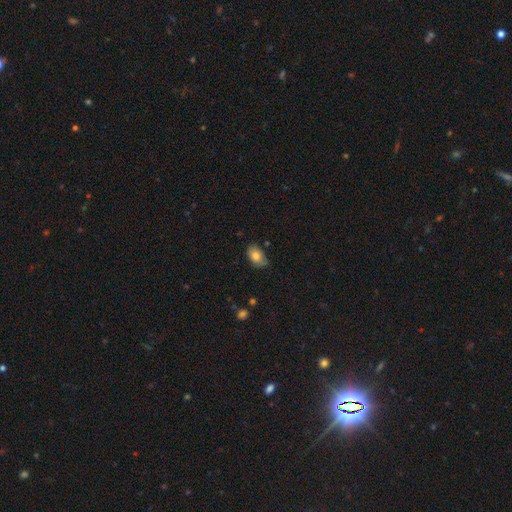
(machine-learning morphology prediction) Q: Smooth or featured?
A: smooth (81%); runner-up: featured or disk (11%)
Q: How rounded?
A: in between (90%); runner-up: round (9%)
Q: Merging?
A: none (70%); runner-up: minor disturbance (24%)